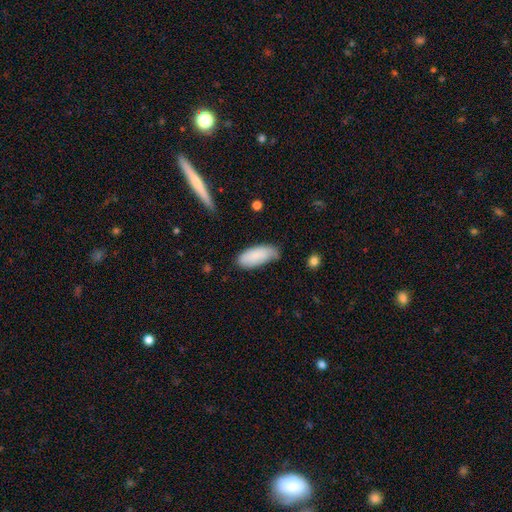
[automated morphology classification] A smooth galaxy with no disk features (85%) that is in between round and cigar-shaped (86%).

Vote fractions:
- Smooth or featured? smooth: 85% / featured or disk: 8% / star or artifact: 6%
- How rounded? in between: 86% / cigar-shaped: 13% / round: 2%
- Merging? none: 60% / minor disturbance: 31% / major disturbance: 6% / merger: 2%